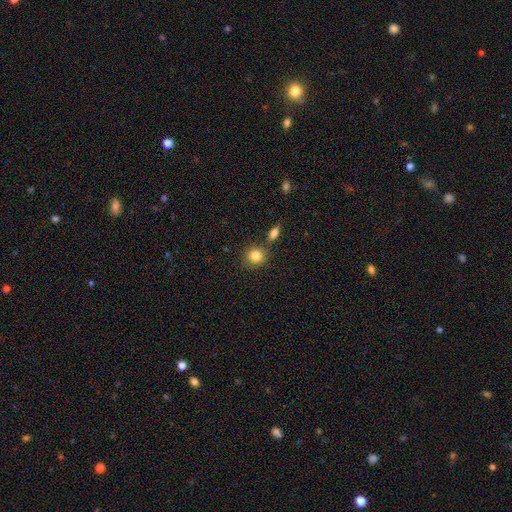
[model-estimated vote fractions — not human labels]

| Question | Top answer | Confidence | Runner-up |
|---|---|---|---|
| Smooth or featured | smooth | 83% | star or artifact (9%) |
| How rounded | round | 85% | in between (14%) |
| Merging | none | 75% | merger (12%) |